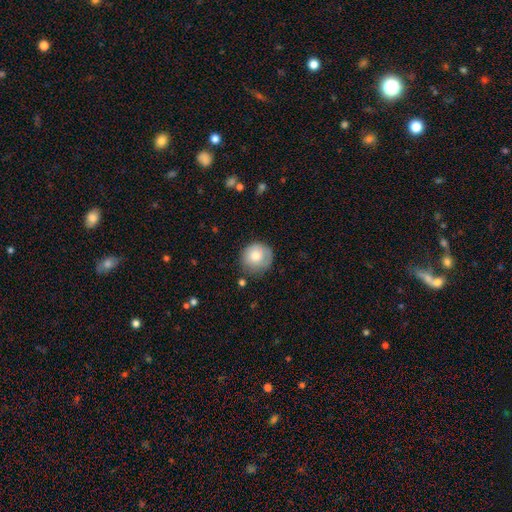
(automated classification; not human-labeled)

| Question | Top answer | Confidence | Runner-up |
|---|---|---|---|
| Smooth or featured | smooth | 77% | featured or disk (16%) |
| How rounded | round | 91% | in between (8%) |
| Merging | none | 72% | minor disturbance (20%) |